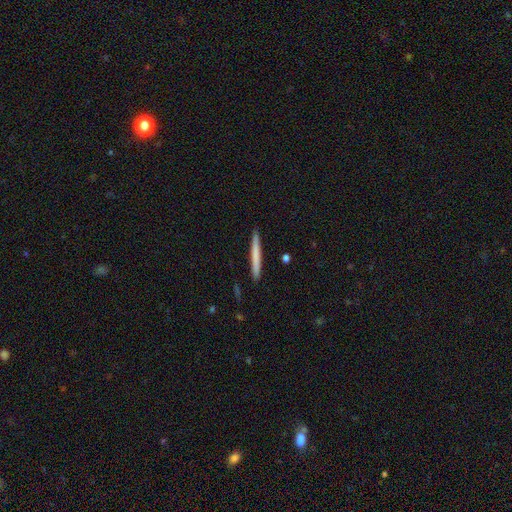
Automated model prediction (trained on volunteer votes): A smooth galaxy with no disk features (68%) that is cigar-shaped (97%).

Vote fractions:
- Smooth or featured? smooth: 68% / featured or disk: 27% / star or artifact: 5%
- How rounded? cigar-shaped: 97% / in between: 2% / round: 1%
- Merging? none: 91% / minor disturbance: 6% / merger: 1% / major disturbance: 1%